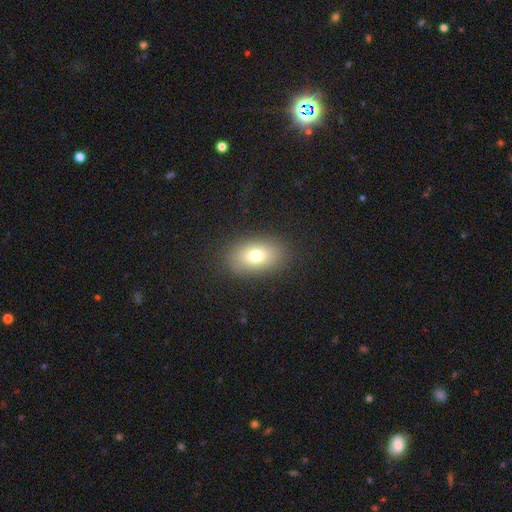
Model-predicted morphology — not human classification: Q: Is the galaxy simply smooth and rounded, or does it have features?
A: smooth — 75%.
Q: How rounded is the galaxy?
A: in between — 85%.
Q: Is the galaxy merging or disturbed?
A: none — 85%.